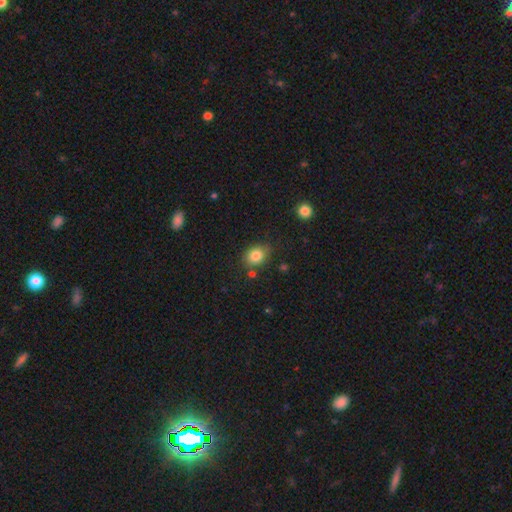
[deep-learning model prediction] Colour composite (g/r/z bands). It shows a smooth galaxy with no disk features (83%) that is in between round and cigar-shaped (58%). Merging: none (77%).